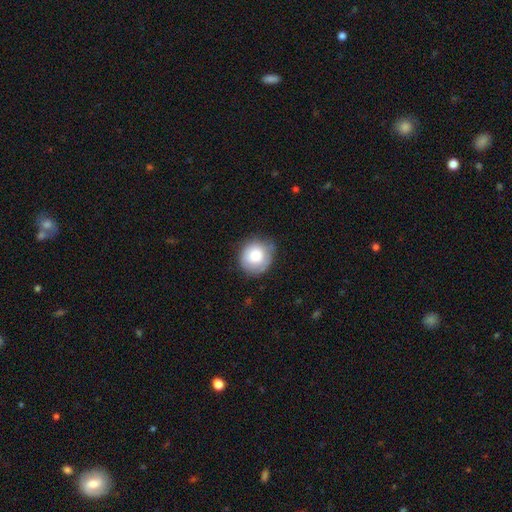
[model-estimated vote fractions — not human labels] Smooth or featured? smooth (73%)
How rounded? round (87%)
Merging? none (68%)